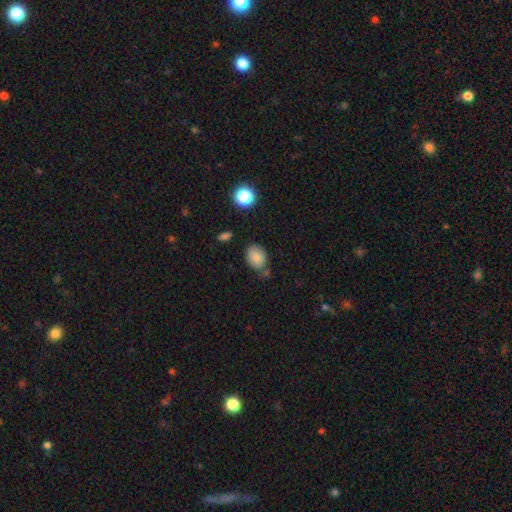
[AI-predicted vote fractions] Morphology: type=smooth (84%); roundness=in between (68%); merging=none (58%).